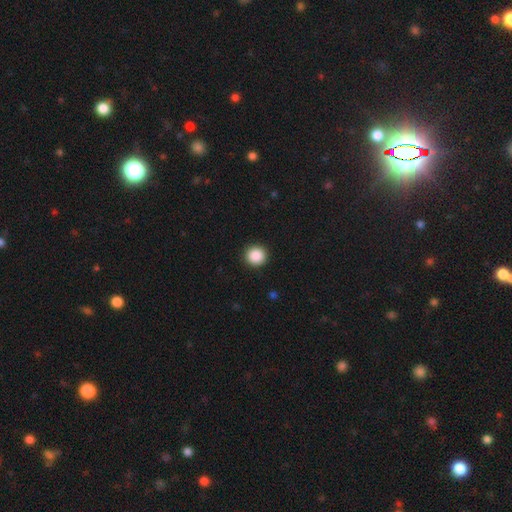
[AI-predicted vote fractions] smooth 89%, star or artifact 9%, featured or disk 2%. Down the decision tree: how rounded — round (95%); merging — none (93%).